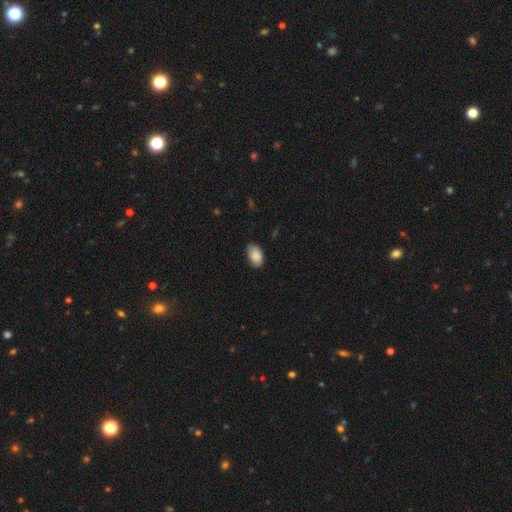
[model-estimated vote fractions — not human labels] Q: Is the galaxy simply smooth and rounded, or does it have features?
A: smooth — 89%.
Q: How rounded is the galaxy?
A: in between — 92%.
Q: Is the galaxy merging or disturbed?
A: none — 79%.